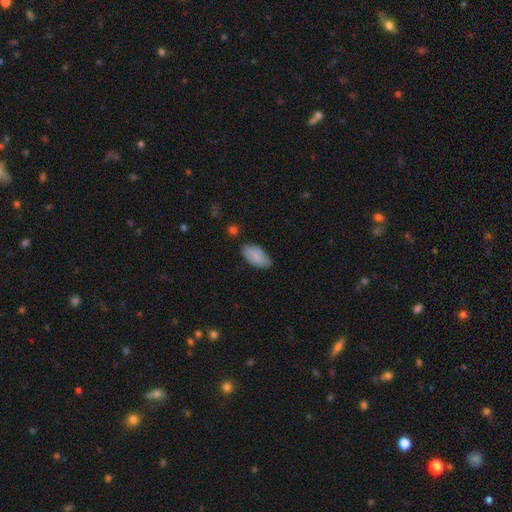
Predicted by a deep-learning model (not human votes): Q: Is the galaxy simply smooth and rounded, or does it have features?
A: smooth — 87%.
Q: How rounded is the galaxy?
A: in between — 94%.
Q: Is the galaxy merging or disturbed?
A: none — 73%.